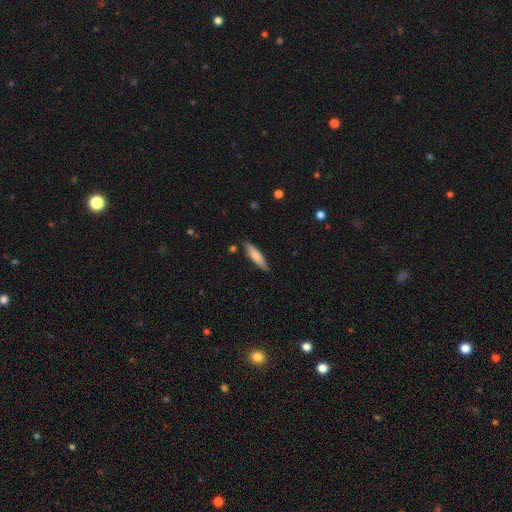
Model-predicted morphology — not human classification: A smooth galaxy with no disk features (73%) that is cigar-shaped (77%). Merging: none (85%).